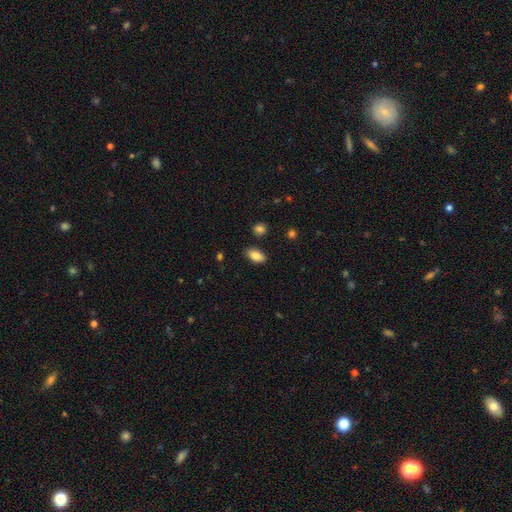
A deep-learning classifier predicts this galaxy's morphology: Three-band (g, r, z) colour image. It shows a smooth galaxy with no disk features (86%) that is in between round and cigar-shaped (92%). Merging: none (84%).